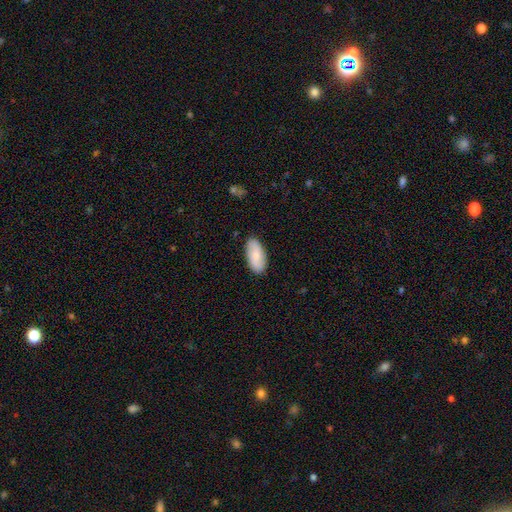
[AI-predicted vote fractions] Overall: smooth (74%). How rounded: in between (91%). Merging: none (87%).